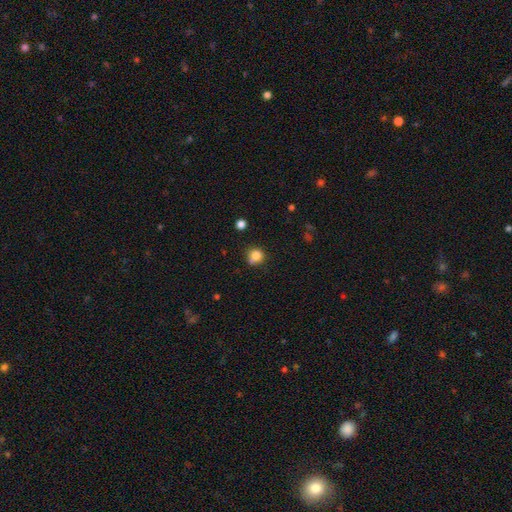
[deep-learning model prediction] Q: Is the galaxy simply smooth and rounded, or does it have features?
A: smooth — 80%.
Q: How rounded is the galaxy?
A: round — 85%.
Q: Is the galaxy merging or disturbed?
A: none — 61%.